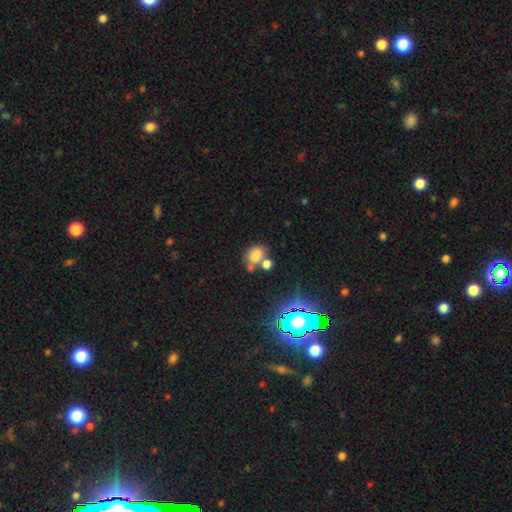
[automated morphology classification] type=smooth (73%); roundness=in between (64%); merging=none (44%).